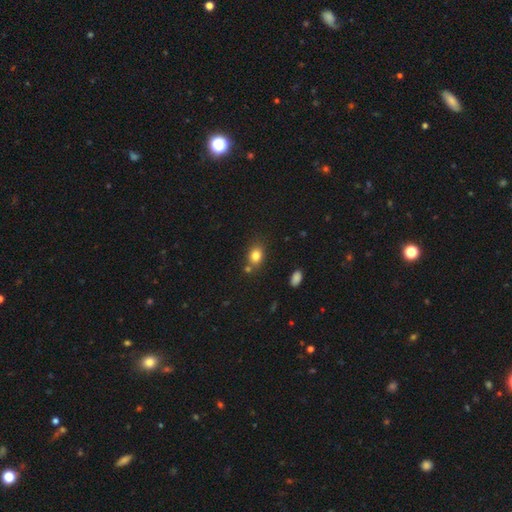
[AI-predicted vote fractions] smooth_or_featured: smooth (p=0.81) [alt: star or artifact p=0.11]
how_rounded: in between (p=0.60) [alt: round p=0.39]
merging: none (p=0.70) [alt: minor disturbance p=0.13]